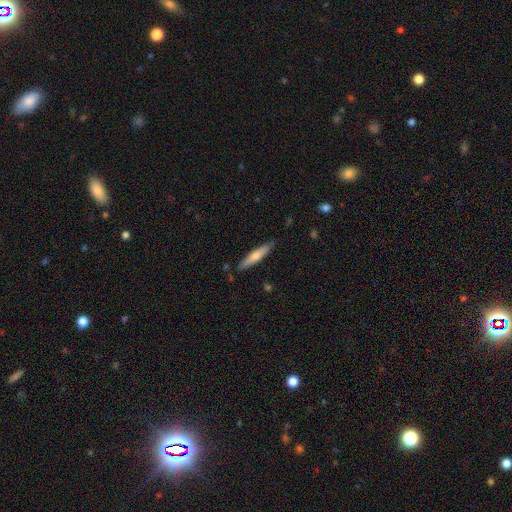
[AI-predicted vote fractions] A smooth galaxy with no disk features (56%) that is cigar-shaped (90%).

Vote fractions:
- Smooth or featured? smooth: 56% / featured or disk: 38% / star or artifact: 6%
- How rounded? cigar-shaped: 90% / in between: 9% / round: 1%
- Merging? none: 86% / minor disturbance: 10% / merger: 2% / major disturbance: 2%